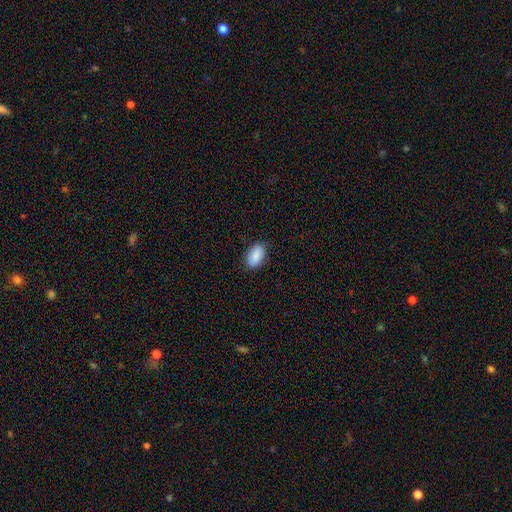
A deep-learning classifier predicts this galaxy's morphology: Q: Smooth or featured?
A: smooth (88%); runner-up: star or artifact (7%)
Q: How rounded?
A: in between (92%); runner-up: round (6%)
Q: Merging?
A: none (85%); runner-up: minor disturbance (12%)